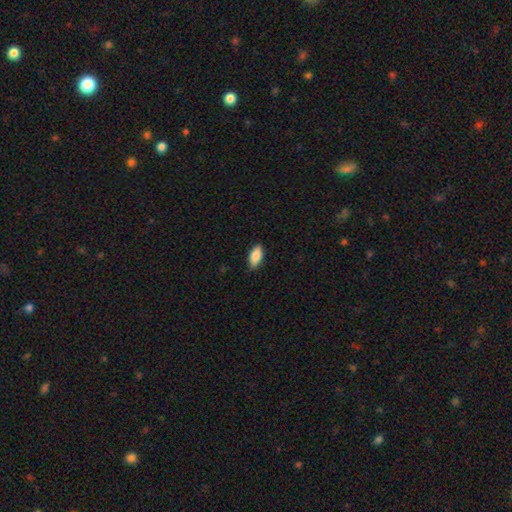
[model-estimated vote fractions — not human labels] smooth 86%, featured or disk 7%, star or artifact 6%. Down the decision tree: how rounded — in between (90%); merging — none (86%).